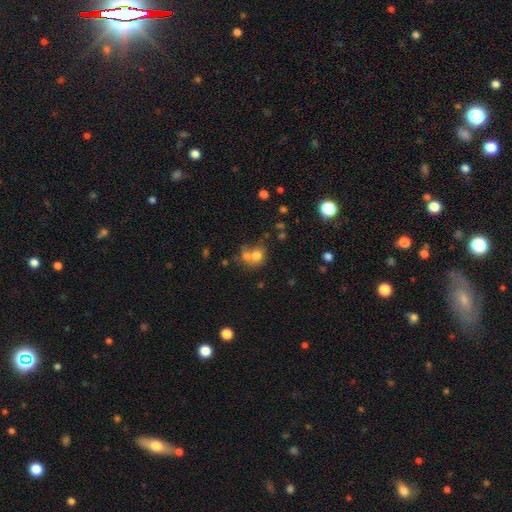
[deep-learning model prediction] A smooth galaxy with no disk features (71%) that is round (71%).

Vote fractions:
- Smooth or featured? smooth: 71% / featured or disk: 15% / star or artifact: 13%
- How rounded? round: 71% / in between: 28% / cigar-shaped: 1%
- Merging? merger: 49% / none: 36% / minor disturbance: 10% / major disturbance: 6%